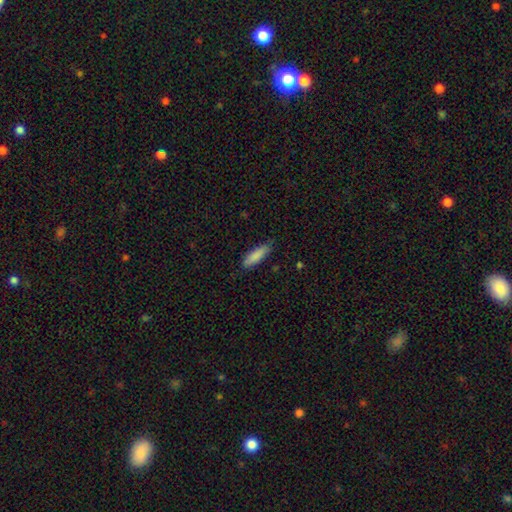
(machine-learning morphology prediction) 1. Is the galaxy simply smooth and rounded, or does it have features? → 86% smooth, 8% featured or disk, 6% star or artifact.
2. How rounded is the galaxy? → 61% cigar-shaped, 38% in between, 1% round.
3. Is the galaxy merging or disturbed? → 82% none, 15% minor disturbance, 2% major disturbance, 1% merger.